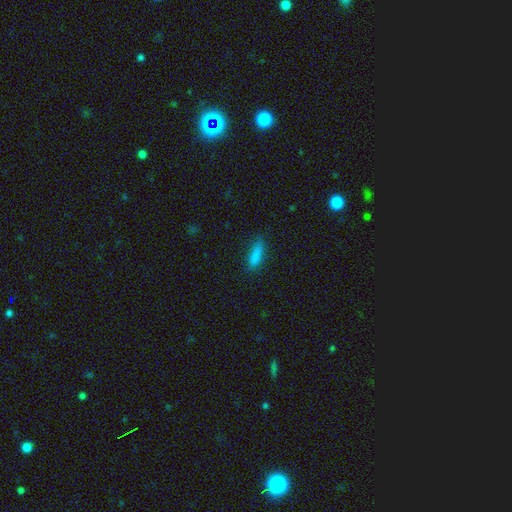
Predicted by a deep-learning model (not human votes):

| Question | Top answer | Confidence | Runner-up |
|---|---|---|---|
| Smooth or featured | smooth | 84% | star or artifact (10%) |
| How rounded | cigar-shaped | 57% | in between (41%) |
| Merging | none | 78% | minor disturbance (16%) |